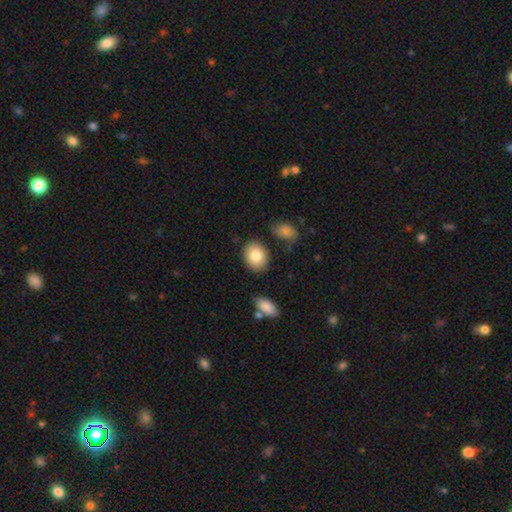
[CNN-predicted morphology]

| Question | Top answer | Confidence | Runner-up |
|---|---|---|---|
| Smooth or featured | smooth | 84% | featured or disk (9%) |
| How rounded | in between | 62% | round (37%) |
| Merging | none | 83% | minor disturbance (11%) |